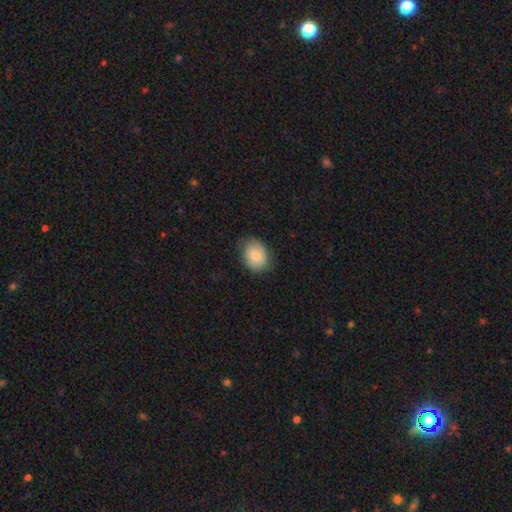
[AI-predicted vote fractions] The model was most divided on "how rounded": in between: 60%, round: 39%, cigar-shaped: 1%. More confident: smooth or featured — smooth (78%); merging — none (74%).